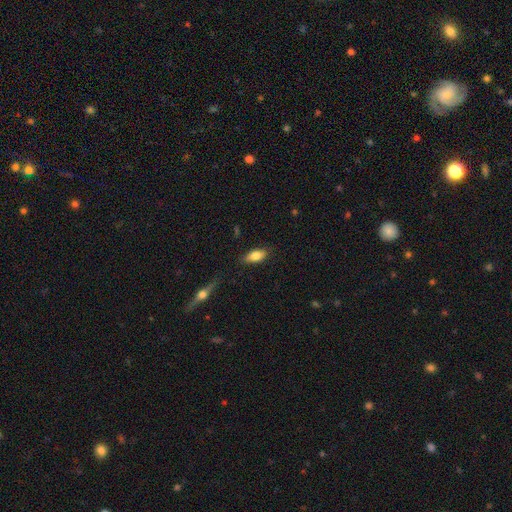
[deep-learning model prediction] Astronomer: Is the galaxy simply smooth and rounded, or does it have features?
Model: smooth — 77%.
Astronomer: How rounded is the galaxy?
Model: in between — 85%.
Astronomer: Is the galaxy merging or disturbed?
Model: none — 82%.